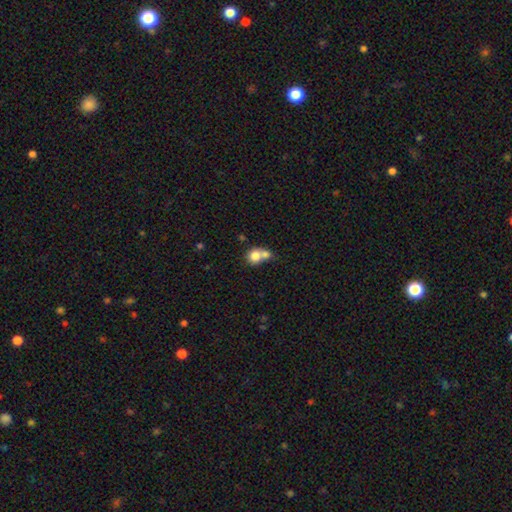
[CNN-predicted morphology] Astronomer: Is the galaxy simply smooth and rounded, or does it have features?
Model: smooth — 77%.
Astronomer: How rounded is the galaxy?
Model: round — 76%.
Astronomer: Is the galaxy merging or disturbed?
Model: merger — 62%.